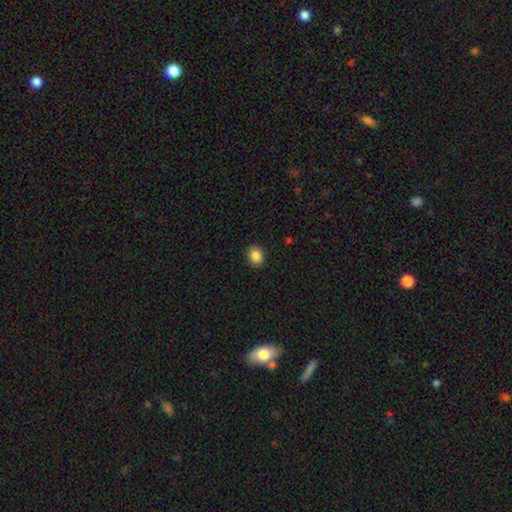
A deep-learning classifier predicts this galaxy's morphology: Smooth or featured? Predicted: smooth (p=0.87). How rounded? Predicted: round (p=0.50). Merging? Predicted: none (p=0.90).